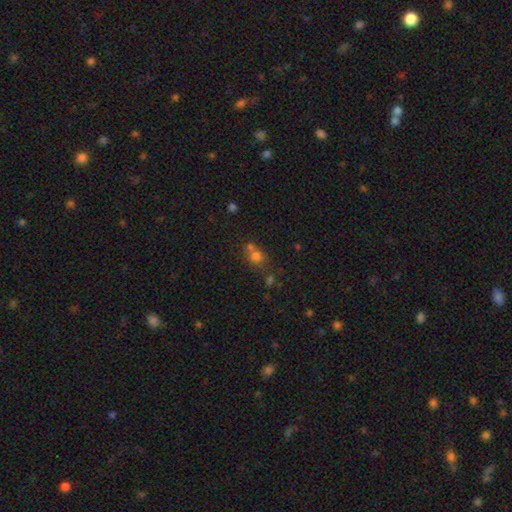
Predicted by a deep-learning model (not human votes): Q: Smooth or featured?
A: smooth (67%); runner-up: star or artifact (21%)
Q: How rounded?
A: round (74%); runner-up: in between (25%)
Q: Merging?
A: none (45%); runner-up: merger (41%)